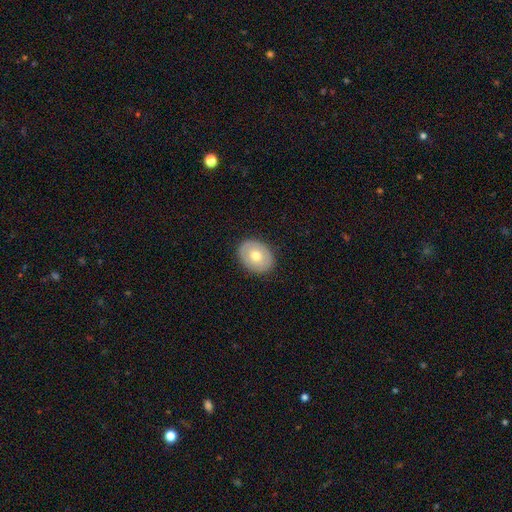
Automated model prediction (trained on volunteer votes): This appears to be a smooth galaxy with no disk features (63%) that is in between round and cigar-shaped (55%). Merging: none (88%).